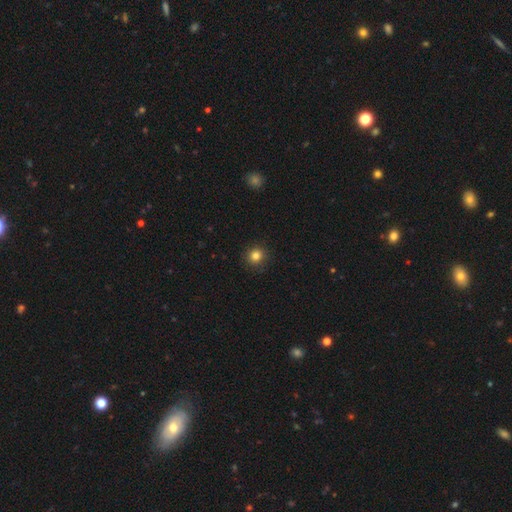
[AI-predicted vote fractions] Overall: smooth (83%). How rounded: round (93%). Merging: none (91%).